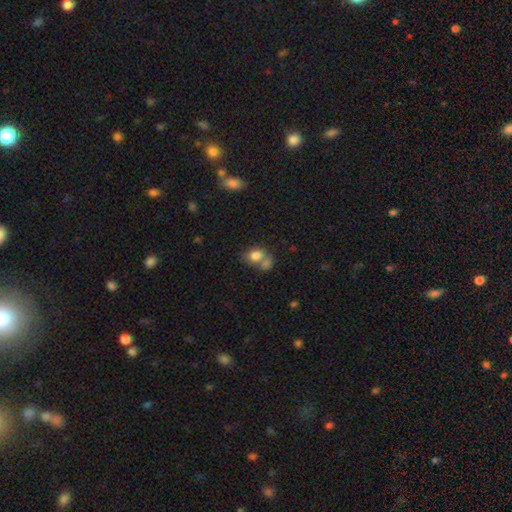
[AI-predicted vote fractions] smooth-or-featured: smooth: 79% | featured or disk: 11% | star or artifact: 10%
  how-rounded: in between: 52% | round: 47% | cigar-shaped: 1%
  merging: merger: 47% | none: 34% | minor disturbance: 12% | major disturbance: 7%